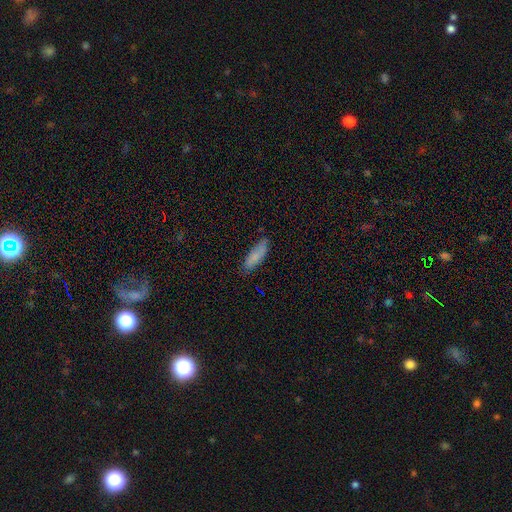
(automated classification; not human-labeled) Smooth or featured?
  - smooth: 77% *
  - featured or disk: 15%
  - star or artifact: 7%
How rounded?
  - in between: 54% *
  - cigar-shaped: 44%
  - round: 2%
Merging?
  - none: 72% *
  - minor disturbance: 22%
  - major disturbance: 4%
  - merger: 2%